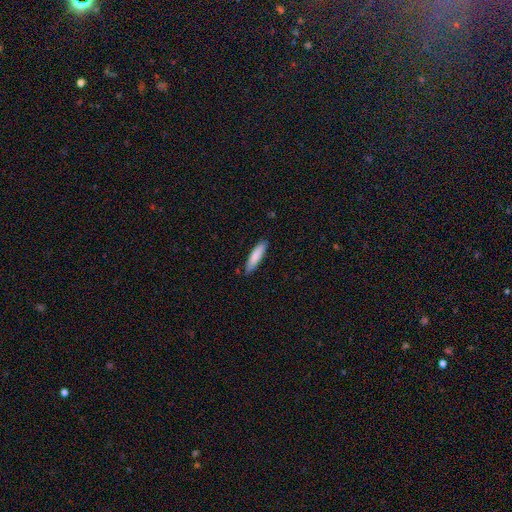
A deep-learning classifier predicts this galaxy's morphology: Smooth or featured? Predicted: smooth (p=0.82). How rounded? Predicted: cigar-shaped (p=0.77). Merging? Predicted: none (p=0.85).